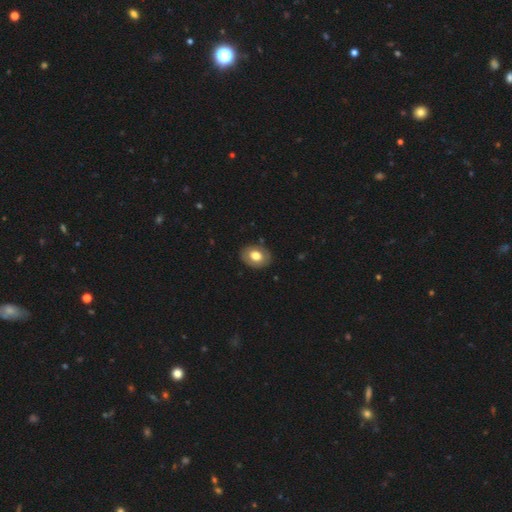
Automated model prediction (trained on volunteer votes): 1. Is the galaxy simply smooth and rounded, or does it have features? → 68% smooth, 25% featured or disk, 7% star or artifact.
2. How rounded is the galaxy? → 67% in between, 32% round, 1% cigar-shaped.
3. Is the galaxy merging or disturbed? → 85% none, 11% minor disturbance, 3% major disturbance, 1% merger.